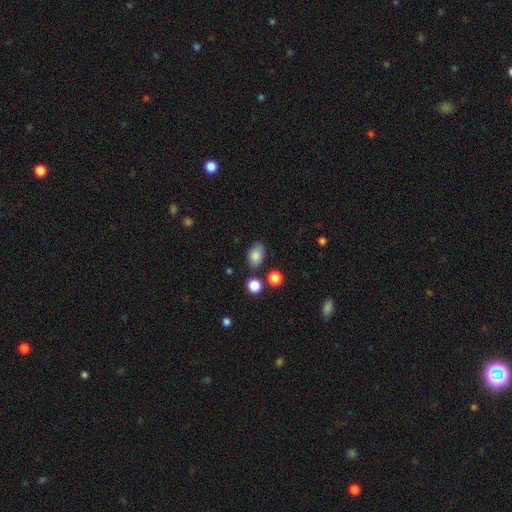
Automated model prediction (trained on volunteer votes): Morphology: type=smooth (84%); roundness=in between (83%); merging=none (73%).